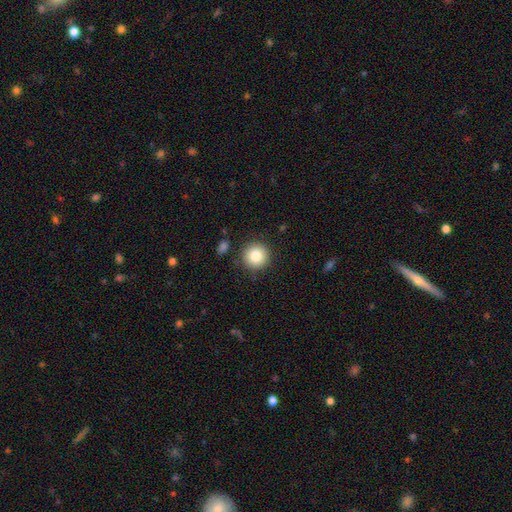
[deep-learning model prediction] Morphology: type=smooth (84%); roundness=round (95%); merging=none (89%).